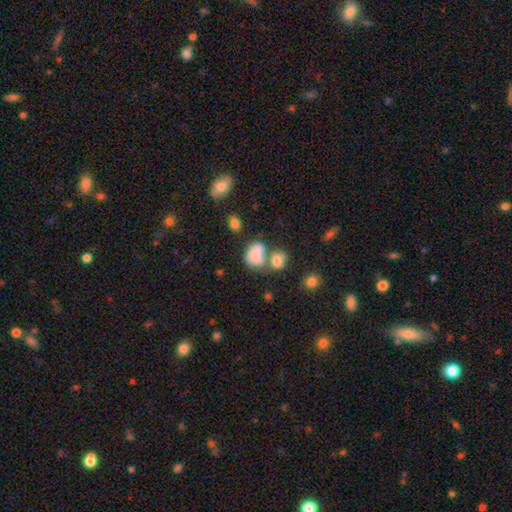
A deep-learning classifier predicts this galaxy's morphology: A smooth galaxy with no disk features (77%) that is in between round and cigar-shaped (66%).

Vote fractions:
- Smooth or featured? smooth: 77% / featured or disk: 13% / star or artifact: 10%
- How rounded? in between: 66% / round: 33% / cigar-shaped: 1%
- Merging? merger: 46% / none: 30% / minor disturbance: 15% / major disturbance: 9%